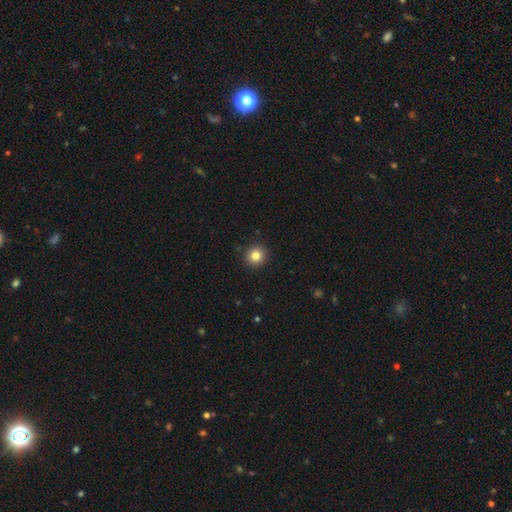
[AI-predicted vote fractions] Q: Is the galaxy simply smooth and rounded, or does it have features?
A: smooth — 83%.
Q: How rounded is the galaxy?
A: round — 92%.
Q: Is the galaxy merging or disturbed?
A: none — 92%.